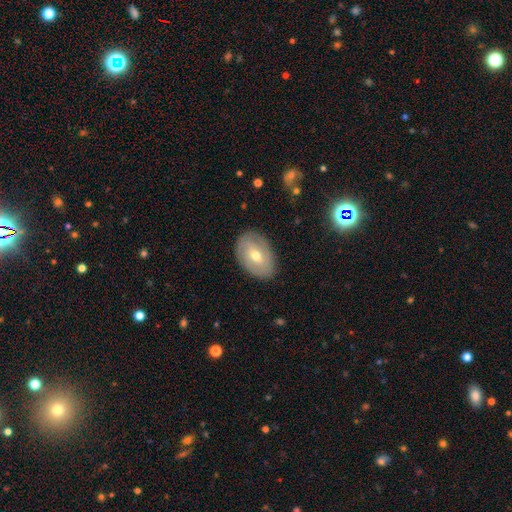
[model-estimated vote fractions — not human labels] Q: Smooth or featured?
A: featured or disk (51%); runner-up: smooth (41%)
Q: Edge-on disk?
A: no (91%); runner-up: yes (9%)
Q: Merging?
A: none (83%); runner-up: minor disturbance (12%)